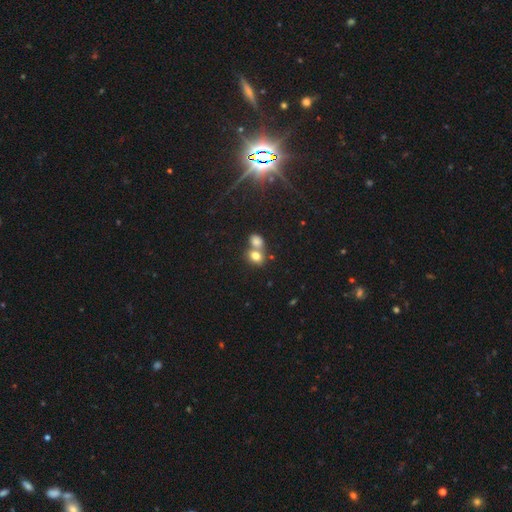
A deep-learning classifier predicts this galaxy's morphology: smooth 77%, star or artifact 12%, featured or disk 11%. Down the decision tree: how rounded — in between (52%); merging — merger (54%).